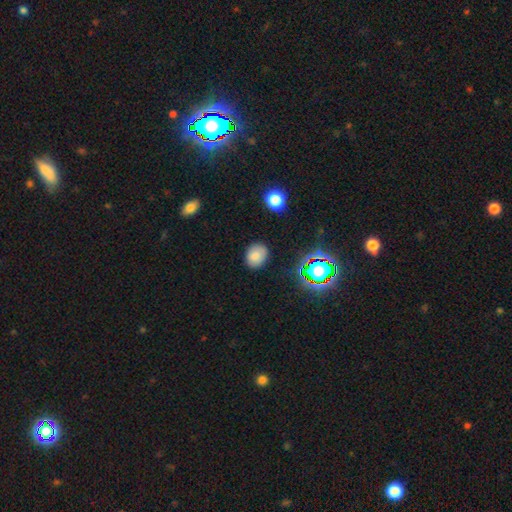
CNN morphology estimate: A smooth galaxy with no disk features (79%) that is in between round and cigar-shaped (52%). Merging: none (83%).